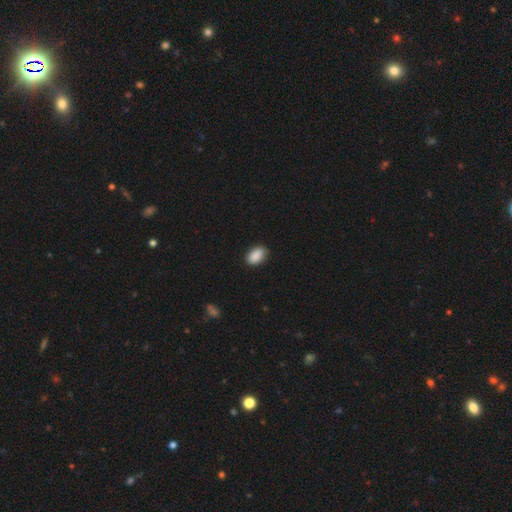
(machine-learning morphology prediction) smooth_or_featured: smooth (p=0.90) [alt: star or artifact p=0.07]
how_rounded: in between (p=0.89) [alt: round p=0.10]
merging: none (p=0.82) [alt: minor disturbance p=0.14]